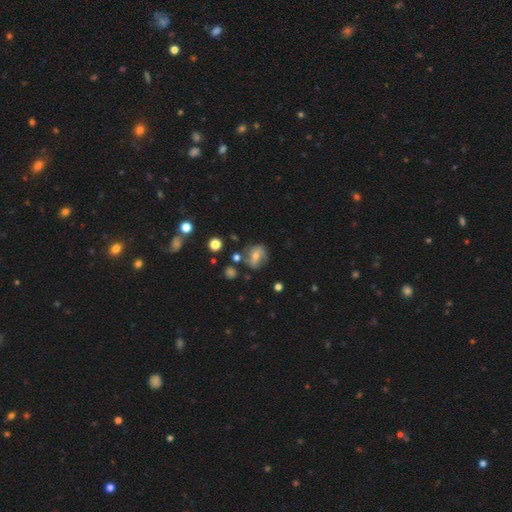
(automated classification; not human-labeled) Smooth or featured?
  - featured or disk: 51% *
  - smooth: 37%
  - star or artifact: 11%
Edge-on disk?
  - no: 95% *
  - yes: 5%
Merging?
  - none: 65% *
  - minor disturbance: 21%
  - major disturbance: 8%
  - merger: 6%